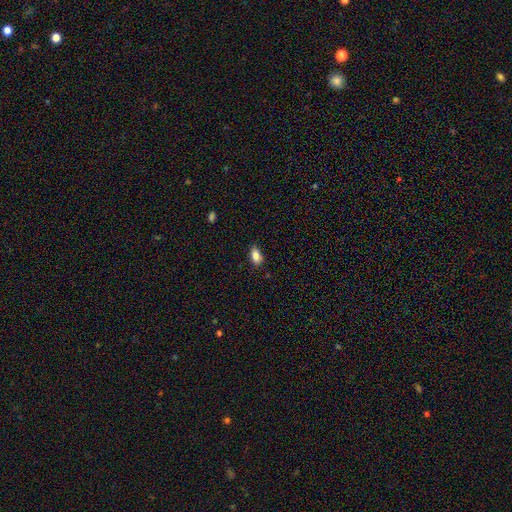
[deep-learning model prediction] The model was most divided on "merging": none: 85%, minor disturbance: 12%, major disturbance: 2%, merger: 1%. More confident: how rounded — in between (89%); smooth or featured — smooth (86%).